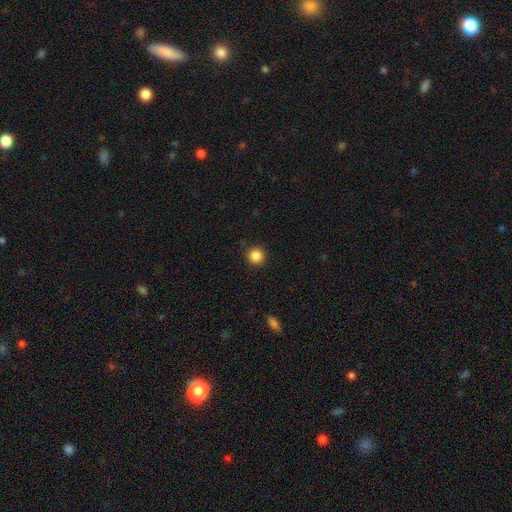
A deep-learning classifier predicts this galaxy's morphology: This is clearly a smooth galaxy (87%). How rounded: clearly round (95%). Merging: clearly none (91%).